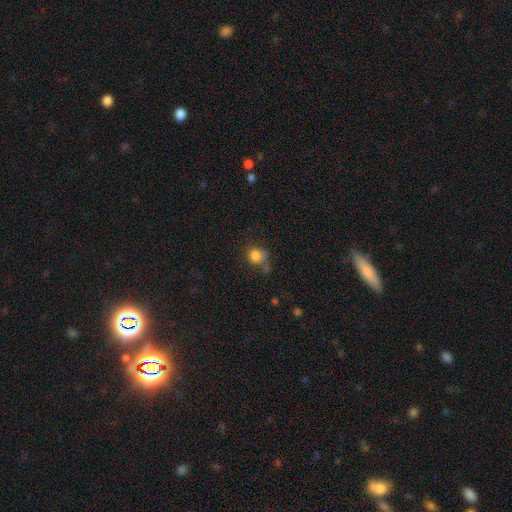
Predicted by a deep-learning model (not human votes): A smooth galaxy with no disk features (81%) that is round (75%).

Vote fractions:
- Smooth or featured? smooth: 81% / star or artifact: 11% / featured or disk: 8%
- How rounded? round: 75% / in between: 24% / cigar-shaped: 1%
- Merging? none: 50% / minor disturbance: 23% / major disturbance: 13% / merger: 13%